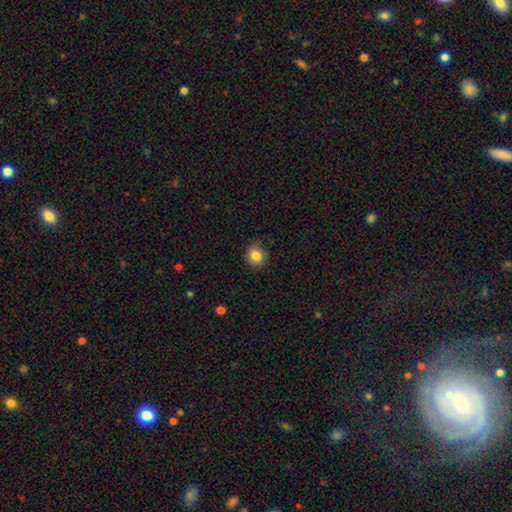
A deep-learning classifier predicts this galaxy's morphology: Smooth or featured: smooth — 84% (star or artifact — 10%)
How rounded: round — 82% (in between — 17%)
Merging: none — 82% (minor disturbance — 14%)